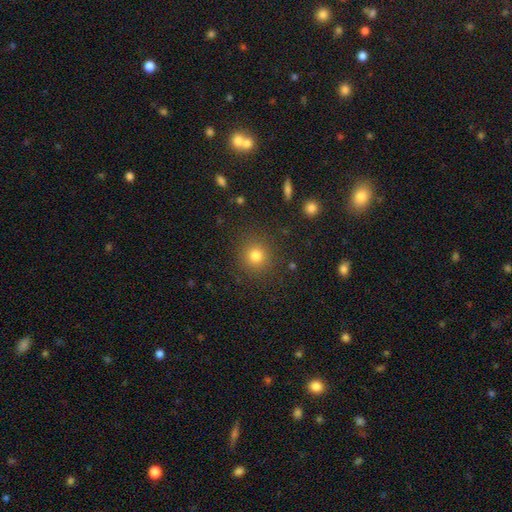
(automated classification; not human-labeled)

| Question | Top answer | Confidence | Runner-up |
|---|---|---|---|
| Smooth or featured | smooth | 79% | star or artifact (15%) |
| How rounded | round | 92% | in between (7%) |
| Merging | none | 89% | minor disturbance (7%) |